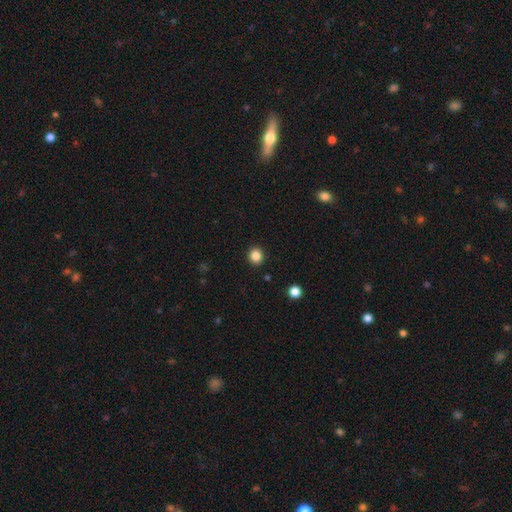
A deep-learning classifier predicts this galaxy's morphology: smooth-or-featured: smooth: 85% | star or artifact: 11% | featured or disk: 4%
  how-rounded: round: 82% | in between: 17% | cigar-shaped: 1%
  merging: none: 91% | minor disturbance: 6% | major disturbance: 2% | merger: 1%